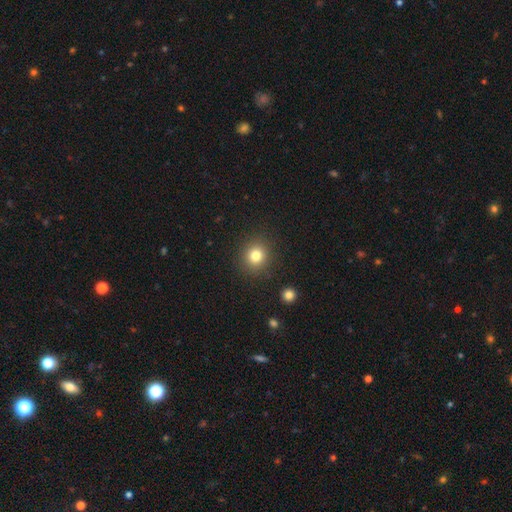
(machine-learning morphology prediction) Overall: smooth (80%). How rounded: round (87%). Merging: none (89%).